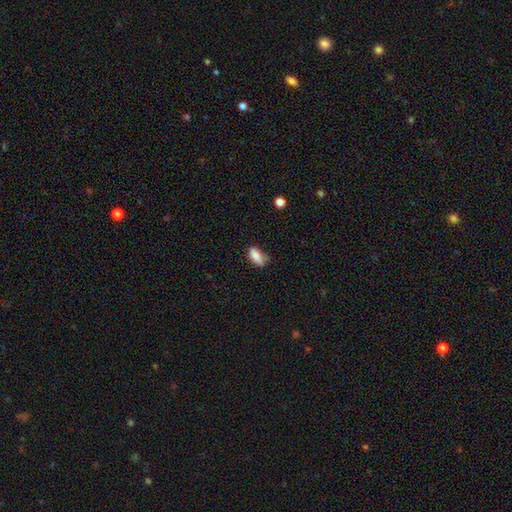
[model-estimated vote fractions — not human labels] smooth 84%, star or artifact 8%, featured or disk 8%. Down the decision tree: how rounded — in between (82%); merging — none (54%).